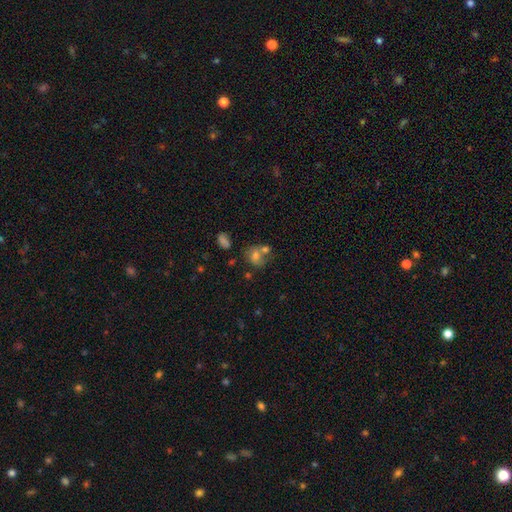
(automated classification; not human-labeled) This appears to be a smooth galaxy with no disk features (66%) that is round (54%). Merging: merger (40%).